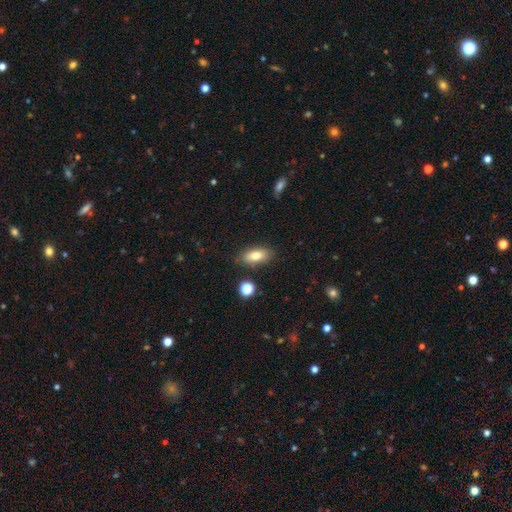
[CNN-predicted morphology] smooth_or_featured: smooth (p=0.78) [alt: featured or disk p=0.14]
how_rounded: in between (p=0.84) [alt: cigar-shaped p=0.12]
merging: none (p=0.83) [alt: minor disturbance p=0.12]